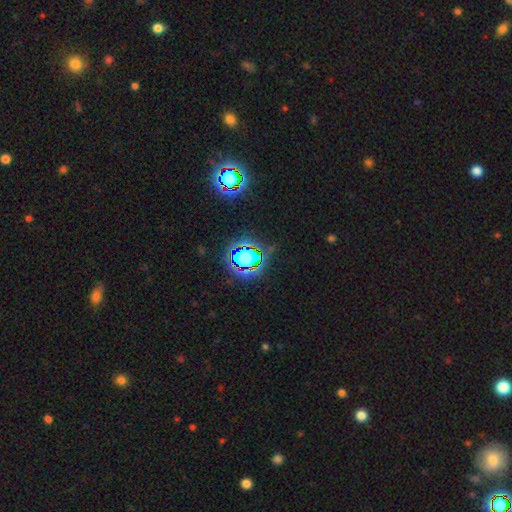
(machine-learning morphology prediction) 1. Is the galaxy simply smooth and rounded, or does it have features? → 80% star or artifact, 13% smooth, 7% featured or disk.